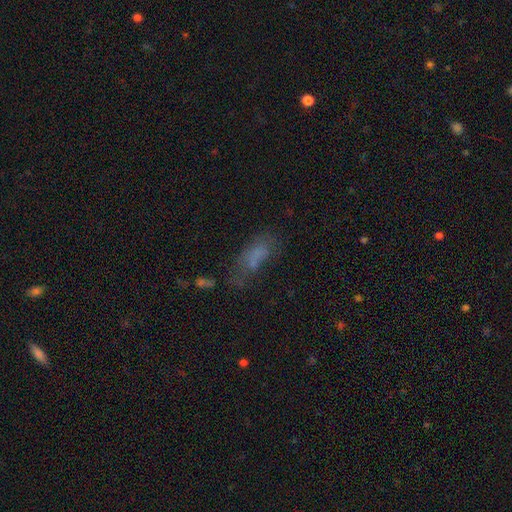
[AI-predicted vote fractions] Overall: smooth (65%). How rounded: in between (71%). Merging: none (39%; major disturbance 26%).